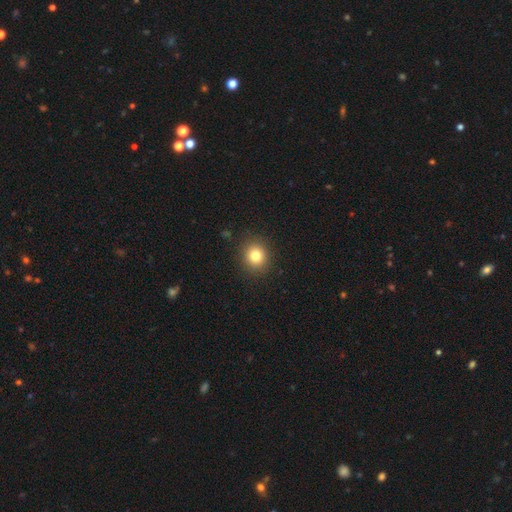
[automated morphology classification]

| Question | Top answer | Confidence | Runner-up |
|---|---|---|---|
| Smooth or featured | smooth | 81% | star or artifact (12%) |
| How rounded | round | 86% | in between (14%) |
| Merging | none | 90% | minor disturbance (7%) |